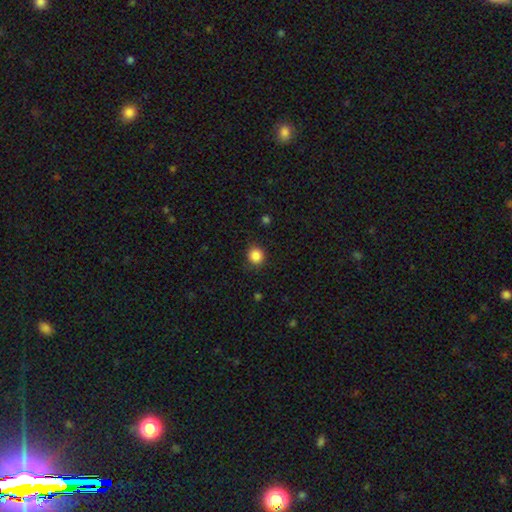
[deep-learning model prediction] Smooth or featured? Predicted: smooth (p=0.86). How rounded? Predicted: round (p=0.88). Merging? Predicted: none (p=0.88).